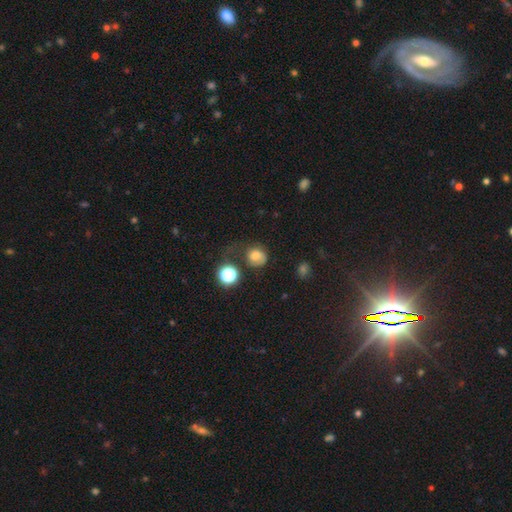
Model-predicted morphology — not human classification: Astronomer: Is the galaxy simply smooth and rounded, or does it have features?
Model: smooth — 74%.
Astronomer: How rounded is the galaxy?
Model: round — 74%.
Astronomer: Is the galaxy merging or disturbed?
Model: none — 44% (runner-up: minor disturbance, 27%).